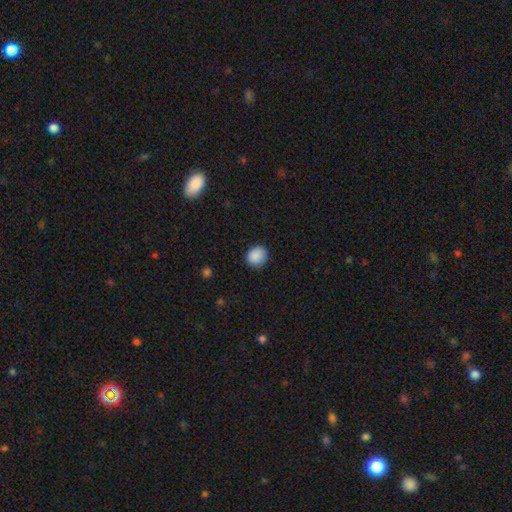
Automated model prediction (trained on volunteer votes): Q: Smooth or featured?
A: smooth (89%); runner-up: star or artifact (8%)
Q: How rounded?
A: round (80%); runner-up: in between (19%)
Q: Merging?
A: none (87%); runner-up: minor disturbance (9%)